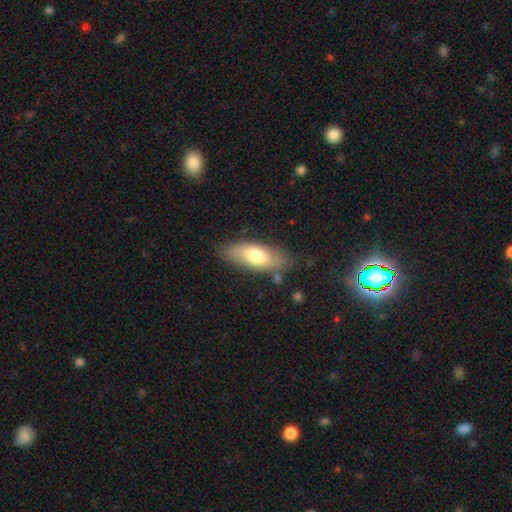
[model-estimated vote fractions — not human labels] A smooth galaxy with no disk features (68%) that is in between round and cigar-shaped (79%).

Vote fractions:
- Smooth or featured? smooth: 68% / featured or disk: 25% / star or artifact: 6%
- How rounded? in between: 79% / cigar-shaped: 19% / round: 3%
- Merging? none: 77% / minor disturbance: 16% / major disturbance: 4% / merger: 3%